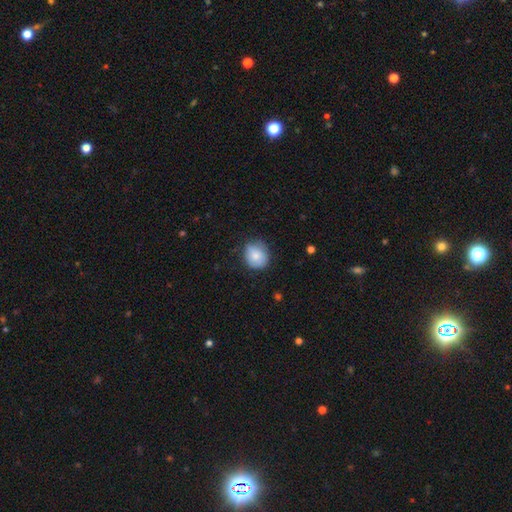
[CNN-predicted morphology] Smooth or featured? Predicted: smooth (p=0.80). How rounded? Predicted: round (p=0.73). Merging? Predicted: none (p=0.67).